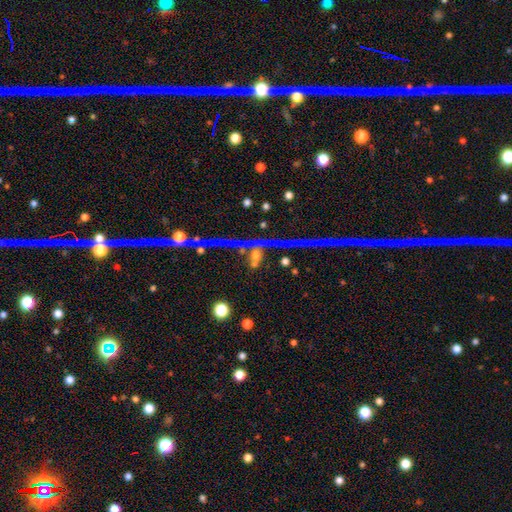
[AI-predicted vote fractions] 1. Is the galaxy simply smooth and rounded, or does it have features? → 50% star or artifact, 26% smooth, 24% featured or disk.